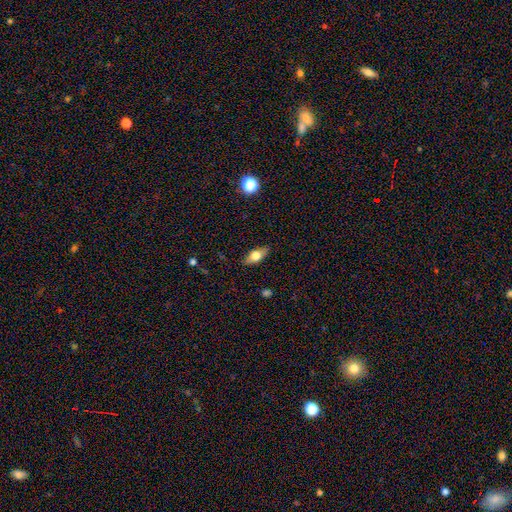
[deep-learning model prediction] smooth 61%, featured or disk 31%, star or artifact 8%. Down the decision tree: how rounded — in between (76%); merging — none (85%).